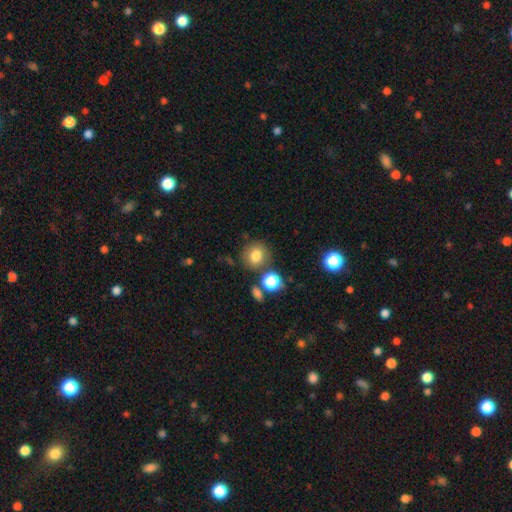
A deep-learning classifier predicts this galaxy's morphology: smooth_or_featured: smooth (p=0.78) [alt: star or artifact p=0.13]
how_rounded: round (p=0.80) [alt: in between p=0.19]
merging: none (p=0.77) [alt: minor disturbance p=0.11]